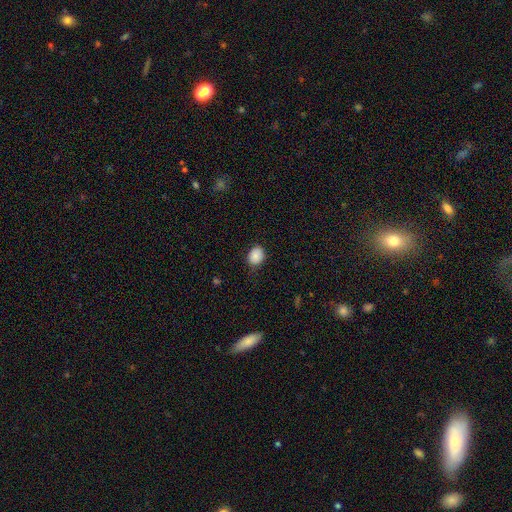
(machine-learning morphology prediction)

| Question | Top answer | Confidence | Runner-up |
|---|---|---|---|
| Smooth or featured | smooth | 87% | star or artifact (9%) |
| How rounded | in between | 54% | round (45%) |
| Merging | none | 77% | minor disturbance (18%) |